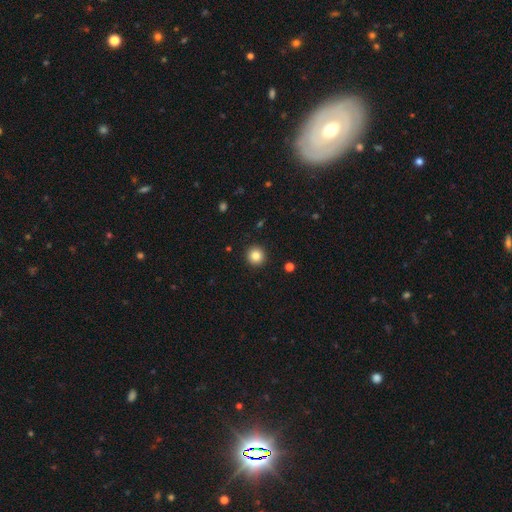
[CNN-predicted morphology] smooth 84%, star or artifact 10%, featured or disk 5%. Down the decision tree: how rounded — round (95%); merging — none (93%).